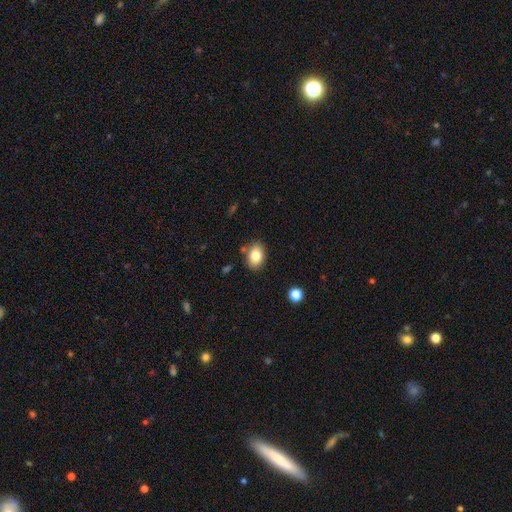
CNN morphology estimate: type=smooth (82%); roundness=in between (79%); merging=none (83%).